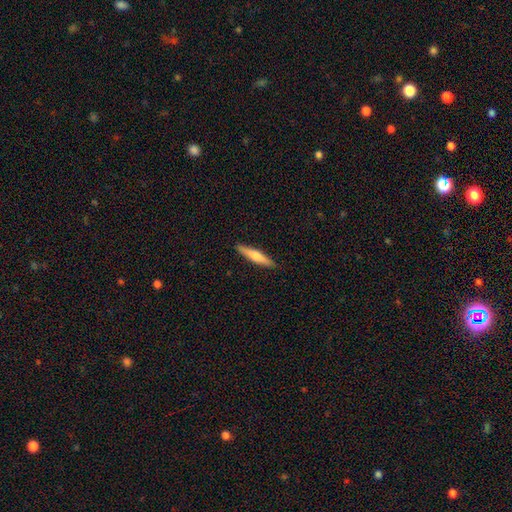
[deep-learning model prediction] The model was most divided on "smooth or featured": smooth: 60%, featured or disk: 35%, star or artifact: 5%. More confident: merging — none (91%); how rounded — cigar-shaped (88%).